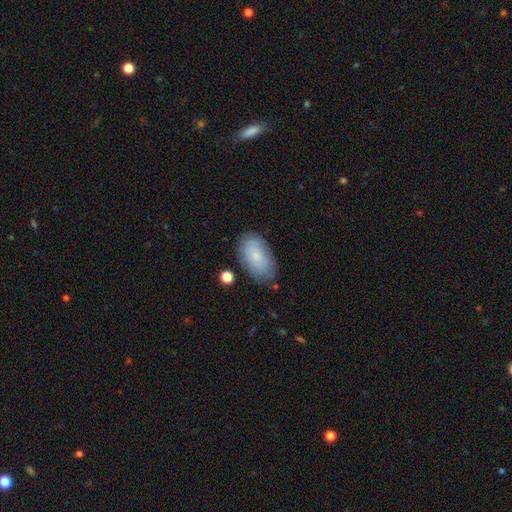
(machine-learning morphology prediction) The model was most divided on "smooth or featured": smooth: 74%, featured or disk: 19%, star or artifact: 7%. More confident: how rounded — in between (94%); merging — none (74%).